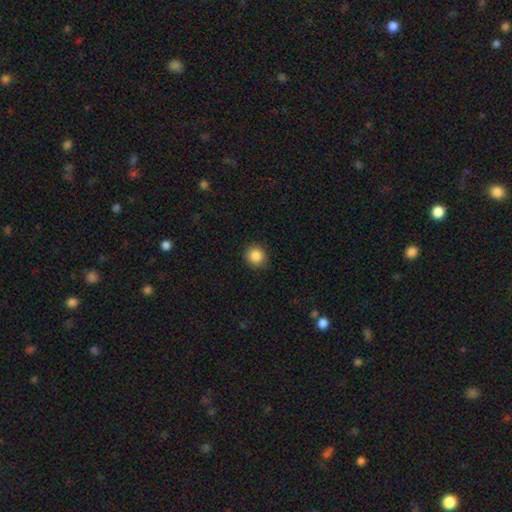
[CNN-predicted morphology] The model was most divided on "smooth or featured": smooth: 87%, star or artifact: 10%, featured or disk: 3%. More confident: how rounded — round (93%); merging — none (91%).